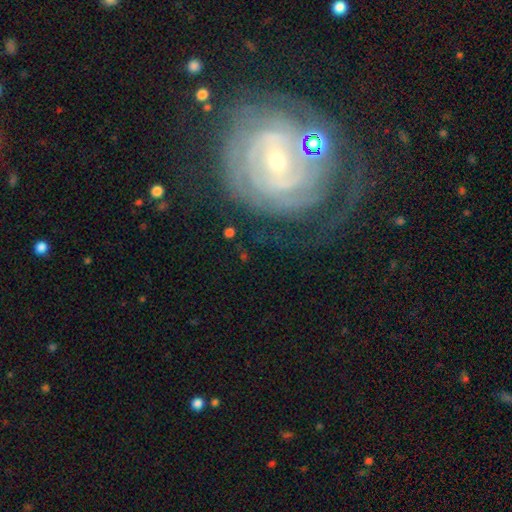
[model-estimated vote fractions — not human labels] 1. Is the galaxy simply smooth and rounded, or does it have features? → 84% featured or disk, 9% smooth, 8% star or artifact.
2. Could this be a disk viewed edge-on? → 97% no, 3% yes.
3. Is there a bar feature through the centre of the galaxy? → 48% no, 35% weak, 17% strong.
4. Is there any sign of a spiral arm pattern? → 93% yes, 7% no.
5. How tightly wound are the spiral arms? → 79% tight, 16% medium, 5% loose.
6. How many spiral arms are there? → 40% can't tell, 21% 2, 13% 3, 11% 4, 8% more than 4, 6% 1.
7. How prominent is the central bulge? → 77% small, 19% moderate, 1% large, 1% none, 1% dominant.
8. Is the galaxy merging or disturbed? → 62% none, 18% minor disturbance, 14% major disturbance, 5% merger.